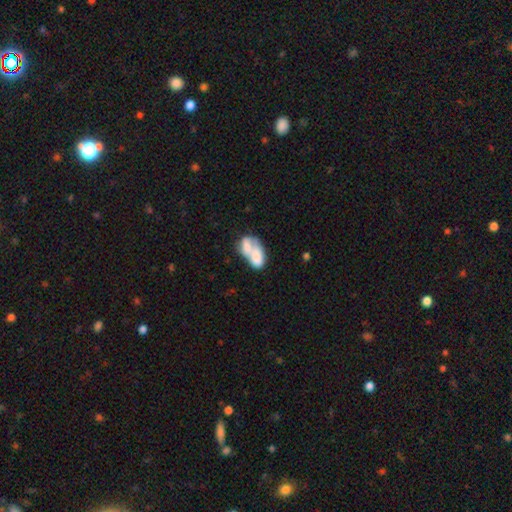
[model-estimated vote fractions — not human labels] The model was most divided on "smooth or featured": smooth: 60%, featured or disk: 33%, star or artifact: 8%. More confident: how rounded — in between (89%); merging — merger (70%).